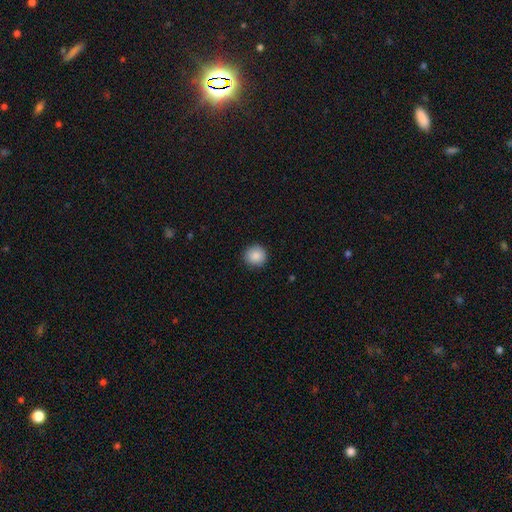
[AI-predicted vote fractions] Q: Smooth or featured?
A: smooth (88%); runner-up: star or artifact (8%)
Q: How rounded?
A: round (92%); runner-up: in between (7%)
Q: Merging?
A: none (91%); runner-up: minor disturbance (7%)